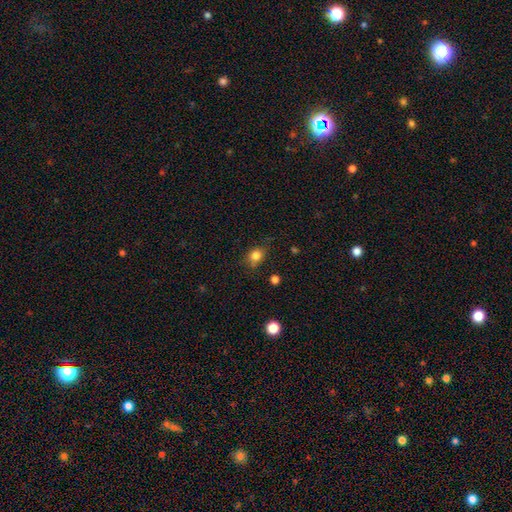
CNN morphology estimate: Smooth or featured? Predicted: smooth (p=0.81). How rounded? Predicted: round (p=0.54). Merging? Predicted: none (p=0.71).